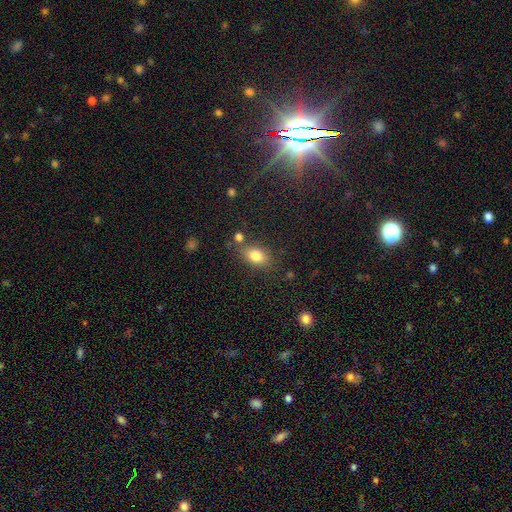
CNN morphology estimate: The model was most divided on "merging": none: 70%, minor disturbance: 15%, merger: 10%, major disturbance: 5%. More confident: smooth or featured — smooth (81%); how rounded — in between (79%).